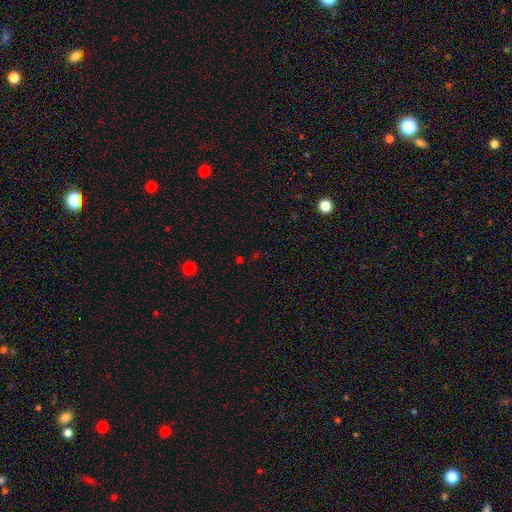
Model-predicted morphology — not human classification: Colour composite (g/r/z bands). It shows a star or artifact, not a galaxy (59%).